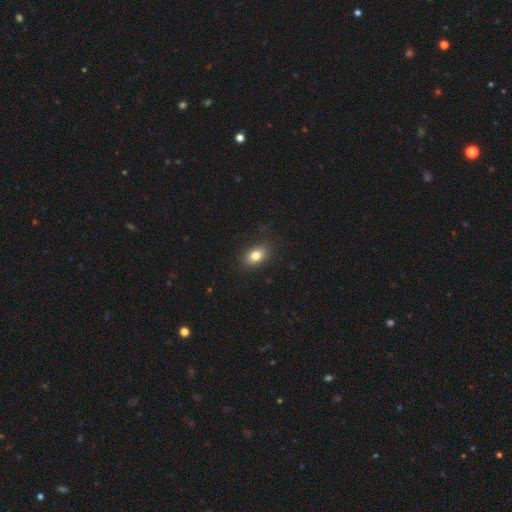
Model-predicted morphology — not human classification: smooth-or-featured: smooth: 82% | star or artifact: 9% | featured or disk: 8%
  how-rounded: in between: 80% | round: 18% | cigar-shaped: 2%
  merging: none: 85% | minor disturbance: 11% | major disturbance: 3% | merger: 1%